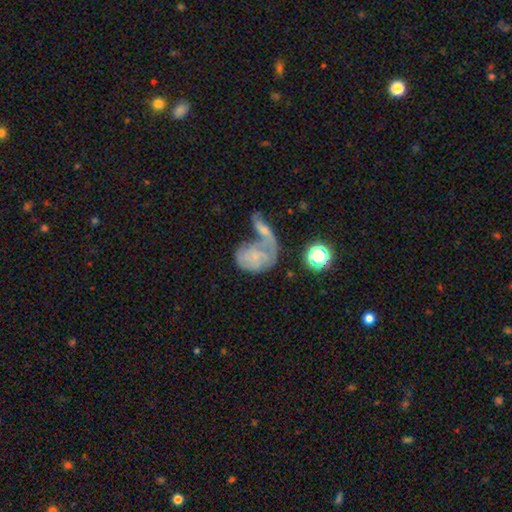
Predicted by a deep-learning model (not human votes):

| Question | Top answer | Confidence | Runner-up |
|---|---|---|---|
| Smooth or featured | featured or disk | 47% | smooth (40%) |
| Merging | merger | 53% | none (19%) |